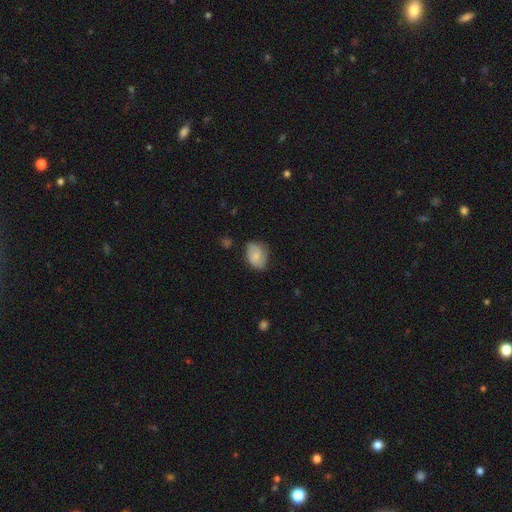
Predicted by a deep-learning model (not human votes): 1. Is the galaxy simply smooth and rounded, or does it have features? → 69% smooth, 24% featured or disk, 7% star or artifact.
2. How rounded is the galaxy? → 73% in between, 26% round, 1% cigar-shaped.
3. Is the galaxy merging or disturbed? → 62% none, 29% minor disturbance, 7% major disturbance, 2% merger.